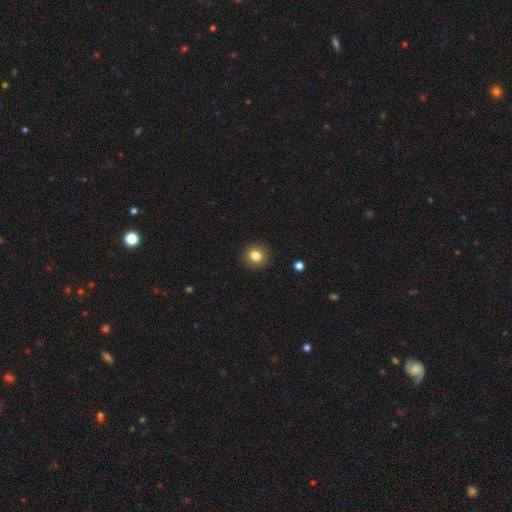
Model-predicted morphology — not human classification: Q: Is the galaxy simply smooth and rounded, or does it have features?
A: smooth — 82%.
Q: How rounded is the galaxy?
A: round — 90%.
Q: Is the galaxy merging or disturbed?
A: none — 92%.